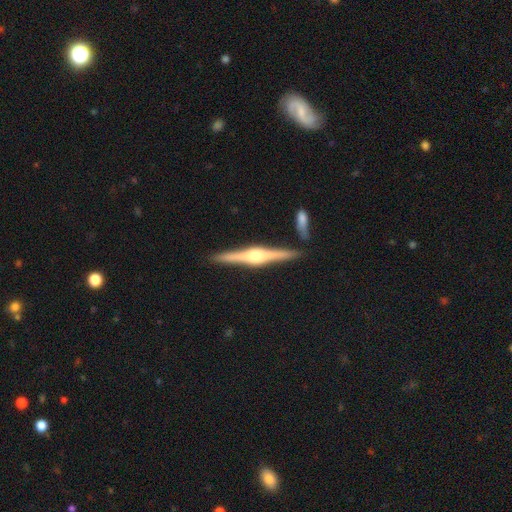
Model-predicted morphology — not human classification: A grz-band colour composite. It shows a featured or disk galaxy (82%) viewed edge-on (98%) with a rounded central bulge (88%). Merging: none (86%).